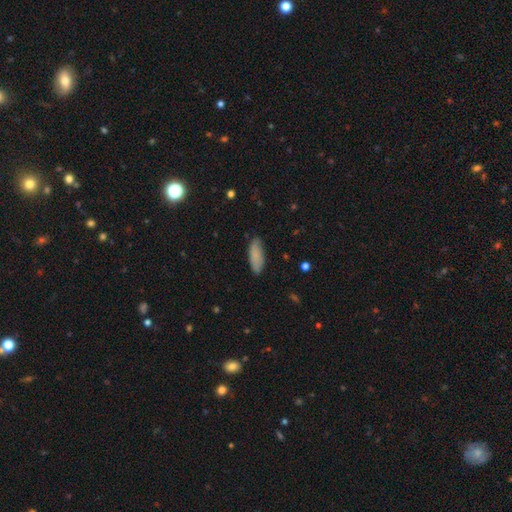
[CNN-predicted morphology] Overall: smooth (86%). How rounded: in between (65%; cigar-shaped 33%). Merging: none (84%).